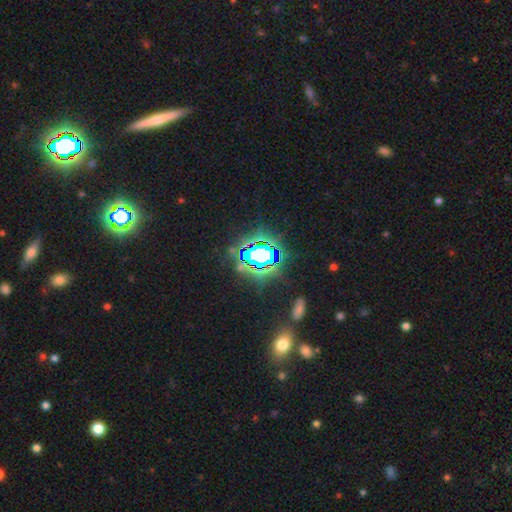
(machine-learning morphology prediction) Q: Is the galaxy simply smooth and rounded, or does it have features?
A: star or artifact — 73%.